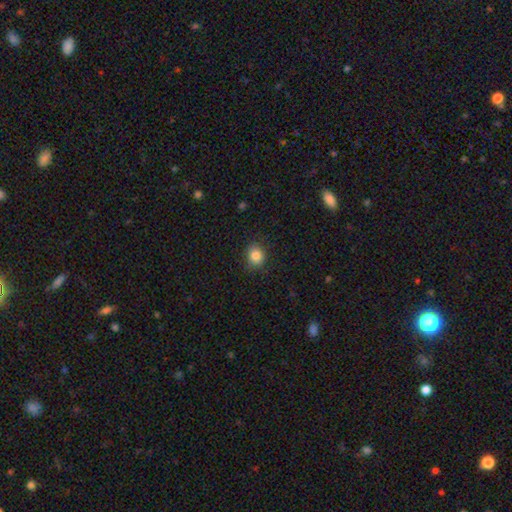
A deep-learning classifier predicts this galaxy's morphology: smooth_or_featured: smooth (p=0.85) [alt: star or artifact p=0.10]
how_rounded: round (p=0.72) [alt: in between p=0.27]
merging: none (p=0.84) [alt: minor disturbance p=0.12]